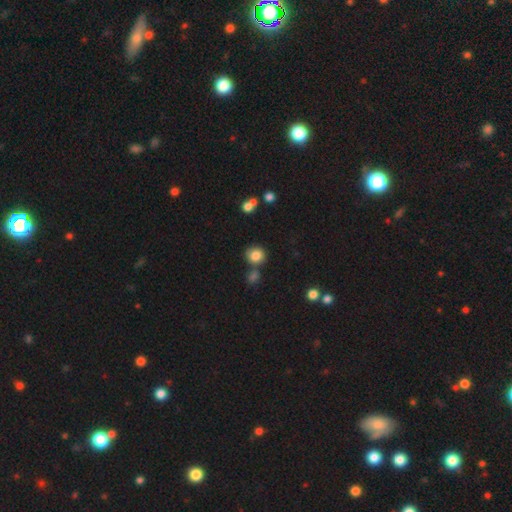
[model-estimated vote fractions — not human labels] This appears to be a smooth galaxy with no disk features (83%) that is round (85%). Merging: none (69%).